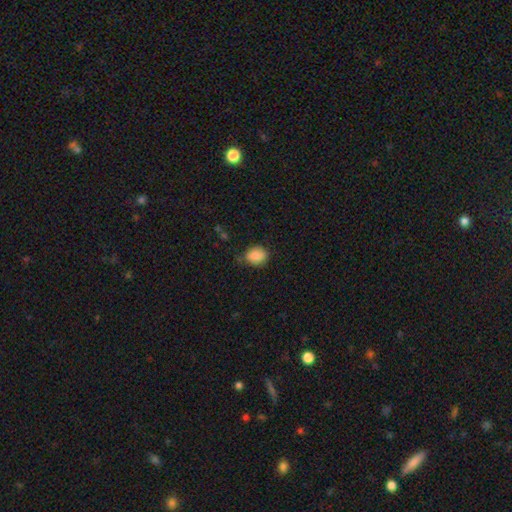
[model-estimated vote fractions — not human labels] Smooth or featured?
  - smooth: 88% *
  - star or artifact: 8%
  - featured or disk: 4%
How rounded?
  - round: 57% *
  - in between: 42%
  - cigar-shaped: 1%
Merging?
  - none: 72% *
  - minor disturbance: 21%
  - major disturbance: 5%
  - merger: 2%